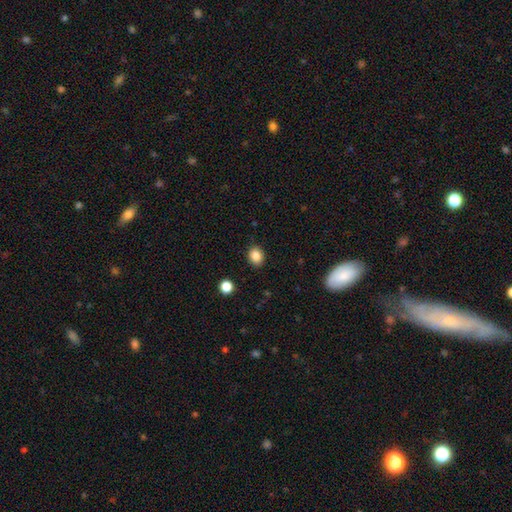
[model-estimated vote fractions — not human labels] smooth 86%, star or artifact 10%, featured or disk 4%. Down the decision tree: how rounded — round (51%); merging — none (88%).